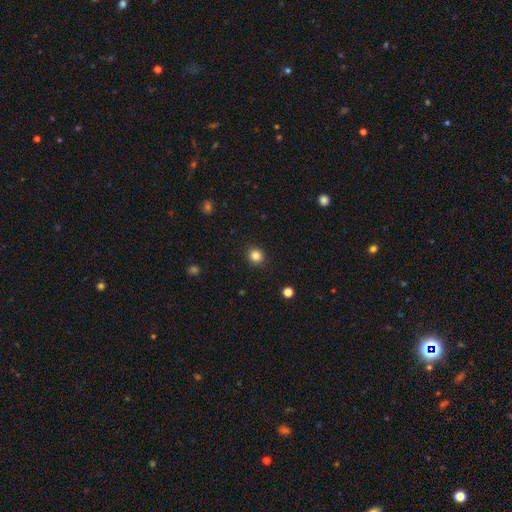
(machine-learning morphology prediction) This appears to be a smooth galaxy with no disk features (84%) that is round (89%). Merging: none (91%).